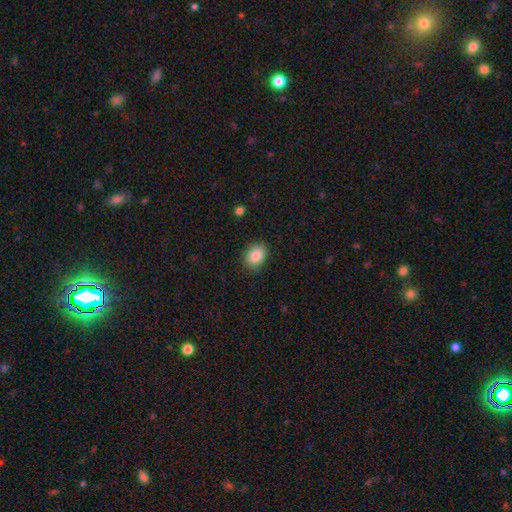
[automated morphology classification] This appears to be a smooth galaxy with no disk features (87%) that is in between round and cigar-shaped (67%). Merging: none (82%).